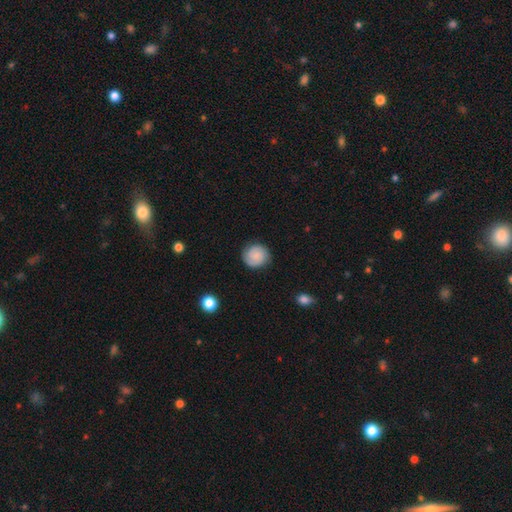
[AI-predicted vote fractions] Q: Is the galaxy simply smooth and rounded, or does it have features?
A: smooth — 59%.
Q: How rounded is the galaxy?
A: round — 88%.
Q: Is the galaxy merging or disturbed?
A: none — 84%.